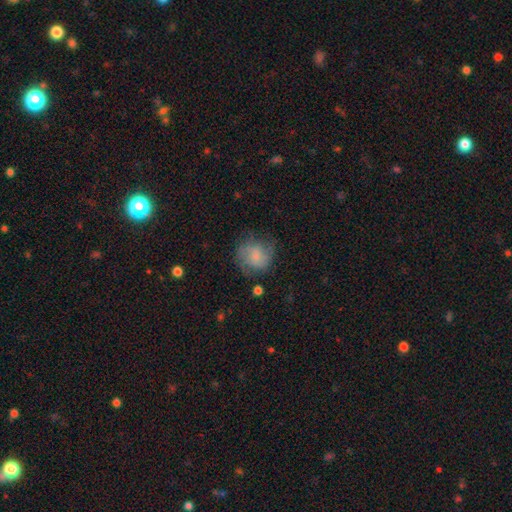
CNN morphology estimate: The model was most divided on "smooth or featured": smooth: 58%, featured or disk: 33%, star or artifact: 9%. More confident: how rounded — round (82%); merging — none (61%).